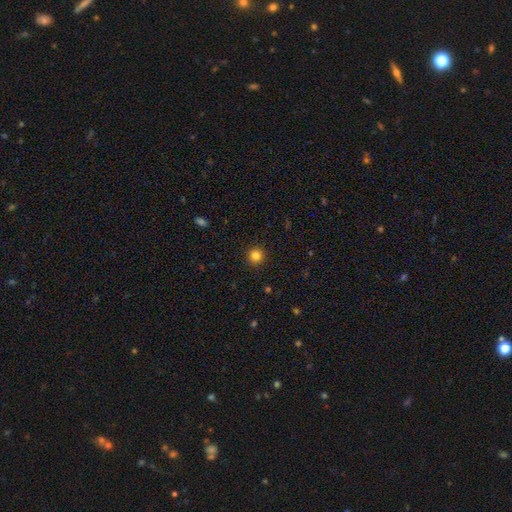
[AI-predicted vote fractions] smooth_or_featured: smooth (p=0.83) [alt: star or artifact p=0.13]
how_rounded: round (p=0.95) [alt: in between p=0.04]
merging: none (p=0.93) [alt: minor disturbance p=0.05]